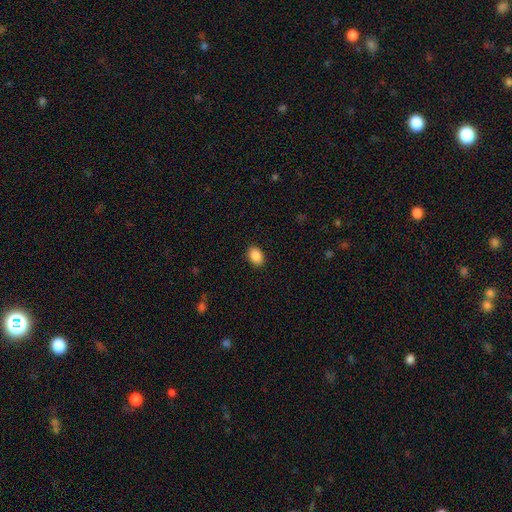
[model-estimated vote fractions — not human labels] This is clearly a smooth galaxy (89%). How rounded: likely in between (76%). Merging: clearly none (89%).